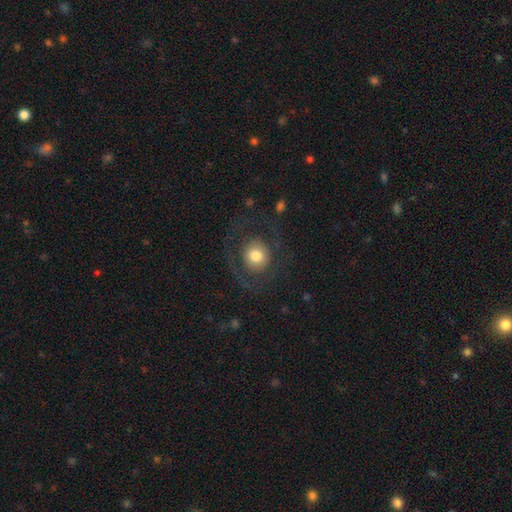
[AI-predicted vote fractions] Smooth or featured?
  - smooth: 66% *
  - featured or disk: 26%
  - star or artifact: 8%
How rounded?
  - round: 82% *
  - in between: 17%
  - cigar-shaped: 1%
Merging?
  - none: 73% *
  - major disturbance: 14%
  - minor disturbance: 11%
  - merger: 2%